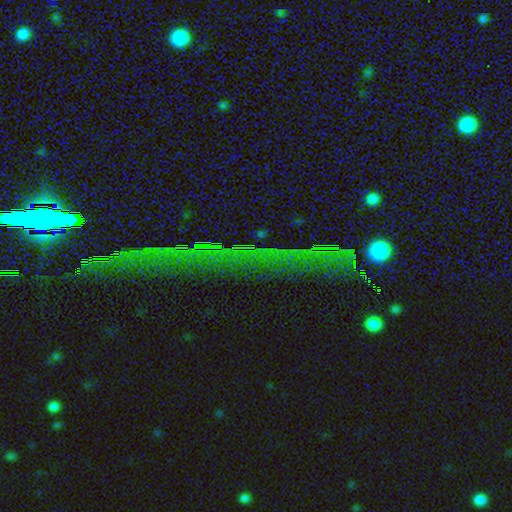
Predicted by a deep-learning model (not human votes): This is likely a star or artifact rather than a galaxy (79%).